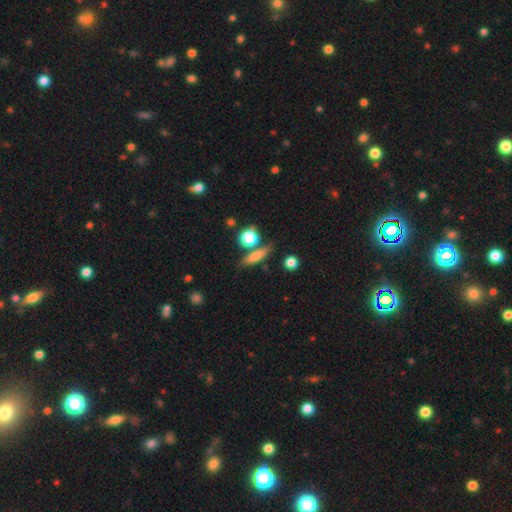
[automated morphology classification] smooth 70%, featured or disk 21%, star or artifact 9%. Down the decision tree: how rounded — cigar-shaped (55%); merging — none (72%).